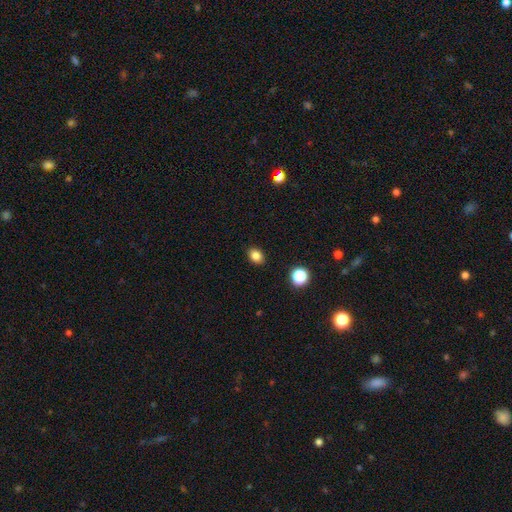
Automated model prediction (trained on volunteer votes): Q: Smooth or featured?
A: smooth (83%); runner-up: star or artifact (12%)
Q: How rounded?
A: in between (64%); runner-up: round (35%)
Q: Merging?
A: none (88%); runner-up: minor disturbance (8%)